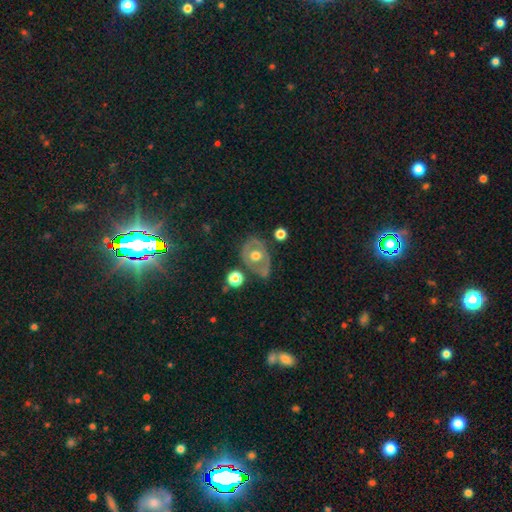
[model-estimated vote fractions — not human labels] Smooth or featured?
  - featured or disk: 55% *
  - smooth: 38%
  - star or artifact: 8%
Edge-on disk?
  - no: 92% *
  - yes: 8%
Bar?
  - no: 83% *
  - weak: 13%
  - strong: 4%
Spiral arms?
  - no: 80% *
  - yes: 20%
Bulge size?
  - moderate: 69% *
  - large: 23%
  - small: 6%
  - none: 1%
  - dominant: 1%
Merging?
  - none: 60% *
  - minor disturbance: 23%
  - major disturbance: 10%
  - merger: 8%